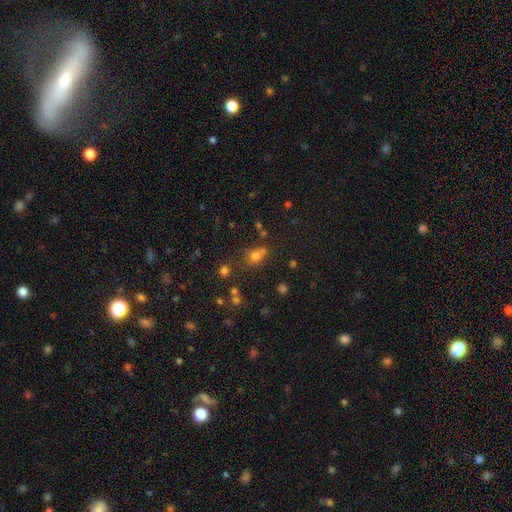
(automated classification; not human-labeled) This is possibly a smooth galaxy (60%). How rounded: likely round (60%). Merging: possibly none (57%).